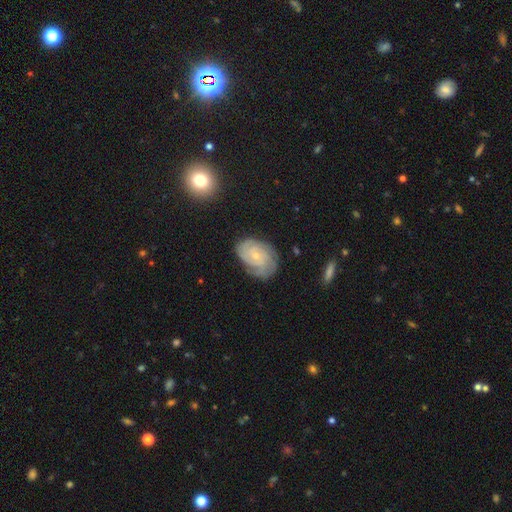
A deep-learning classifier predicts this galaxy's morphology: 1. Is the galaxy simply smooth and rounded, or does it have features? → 79% featured or disk, 14% smooth, 7% star or artifact.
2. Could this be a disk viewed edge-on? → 97% no, 3% yes.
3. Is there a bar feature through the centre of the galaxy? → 73% no, 23% weak, 4% strong.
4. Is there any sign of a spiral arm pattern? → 96% yes, 4% no.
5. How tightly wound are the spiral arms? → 73% tight, 22% medium, 5% loose.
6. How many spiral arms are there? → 29% can't tell, 25% 3, 19% 2, 16% 4, 6% more than 4, 6% 1.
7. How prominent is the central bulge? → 78% small, 18% moderate, 3% none, 1% large, 1% dominant.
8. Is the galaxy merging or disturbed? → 74% none, 19% minor disturbance, 5% major disturbance, 2% merger.